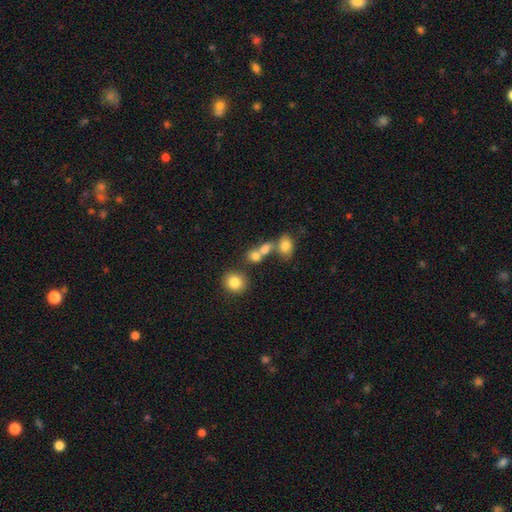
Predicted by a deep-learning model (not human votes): Smooth or featured? Predicted: smooth (p=0.74). How rounded? Predicted: round (p=0.55). Merging? Predicted: merger (p=0.46).